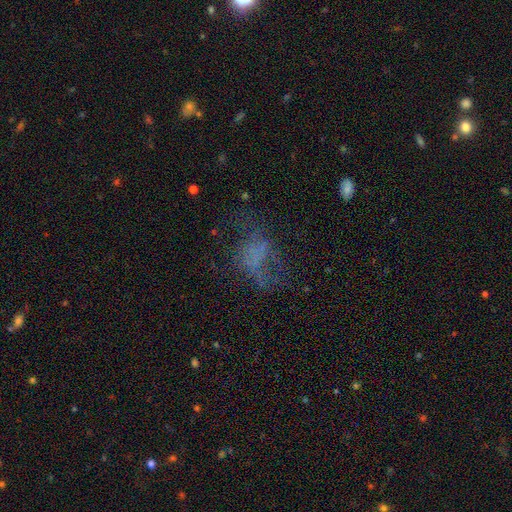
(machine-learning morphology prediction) This appears to be a featured or disk galaxy (39%). Merging: none (43%).